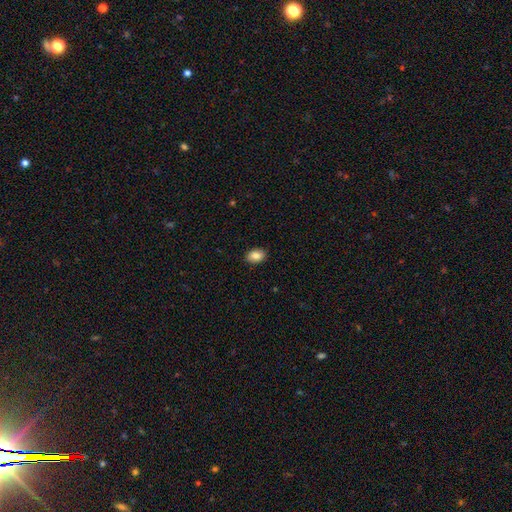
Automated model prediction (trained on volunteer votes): Smooth or featured? Predicted: smooth (p=0.86). How rounded? Predicted: in between (p=0.80). Merging? Predicted: none (p=0.90).